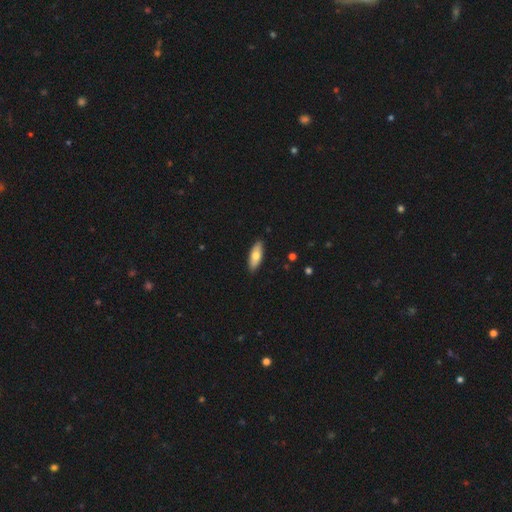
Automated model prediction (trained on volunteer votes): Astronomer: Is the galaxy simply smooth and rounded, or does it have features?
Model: smooth — 70%.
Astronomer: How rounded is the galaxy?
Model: in between — 70%.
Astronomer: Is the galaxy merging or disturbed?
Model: none — 89%.